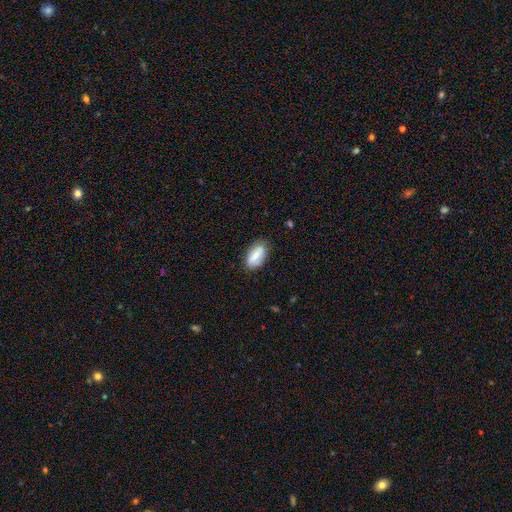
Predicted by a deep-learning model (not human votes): This appears to be a smooth galaxy with no disk features (78%) that is in between round and cigar-shaped (89%). Merging: none (77%).